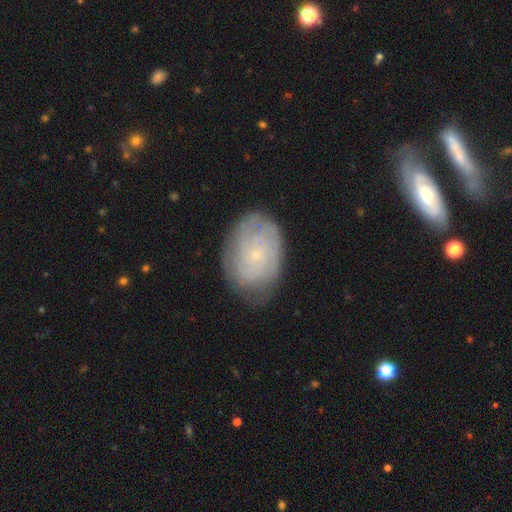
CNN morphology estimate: The model was most divided on "smooth or featured": featured or disk: 58%, smooth: 34%, star or artifact: 8%. More confident: edge-on disk — no (96%); bulge size — small (85%); bar — no (83%); spiral arms — yes (80%); merging — none (74%).